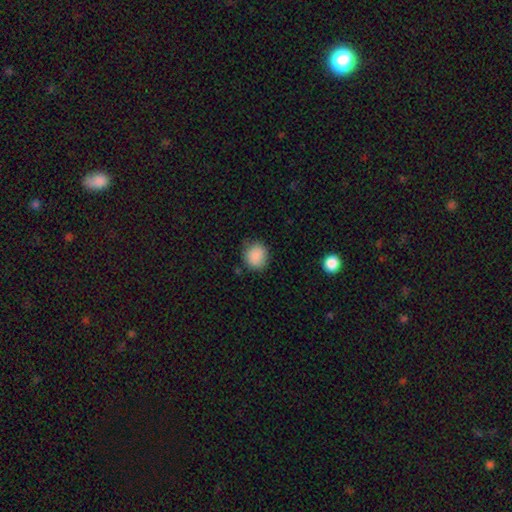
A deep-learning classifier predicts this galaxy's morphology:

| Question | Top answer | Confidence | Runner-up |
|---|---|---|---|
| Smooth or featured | smooth | 88% | star or artifact (8%) |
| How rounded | round | 78% | in between (21%) |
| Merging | none | 78% | minor disturbance (16%) |